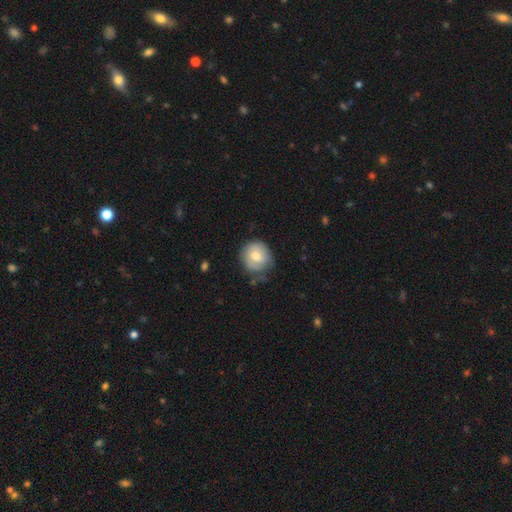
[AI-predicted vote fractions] A smooth galaxy with no disk features (69%) that is round (86%).

Vote fractions:
- Smooth or featured? smooth: 69% / featured or disk: 24% / star or artifact: 7%
- How rounded? round: 86% / in between: 13% / cigar-shaped: 1%
- Merging? none: 65% / minor disturbance: 26% / major disturbance: 7% / merger: 2%